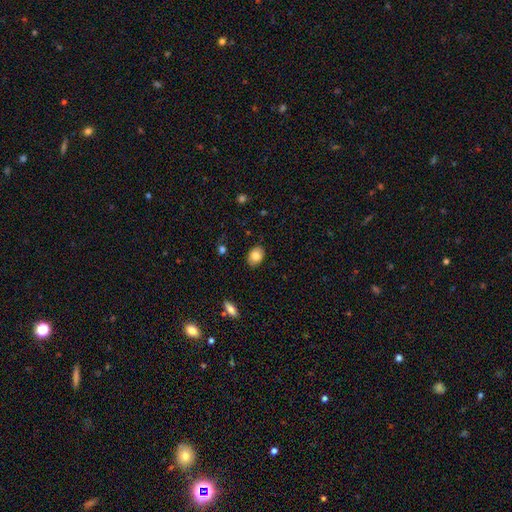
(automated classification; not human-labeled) Smooth or featured? Predicted: smooth (p=0.83). How rounded? Predicted: in between (p=0.75). Merging? Predicted: none (p=0.86).